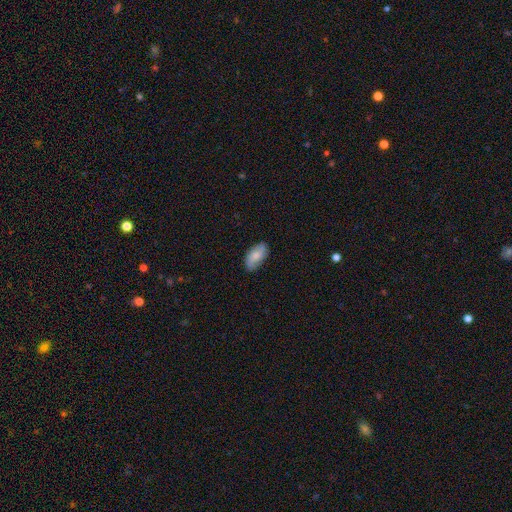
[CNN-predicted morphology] A smooth galaxy with no disk features (75%) that is in between round and cigar-shaped (93%).

Vote fractions:
- Smooth or featured? smooth: 75% / featured or disk: 19% / star or artifact: 6%
- How rounded? in between: 93% / cigar-shaped: 4% / round: 3%
- Merging? none: 80% / minor disturbance: 16% / major disturbance: 3% / merger: 1%